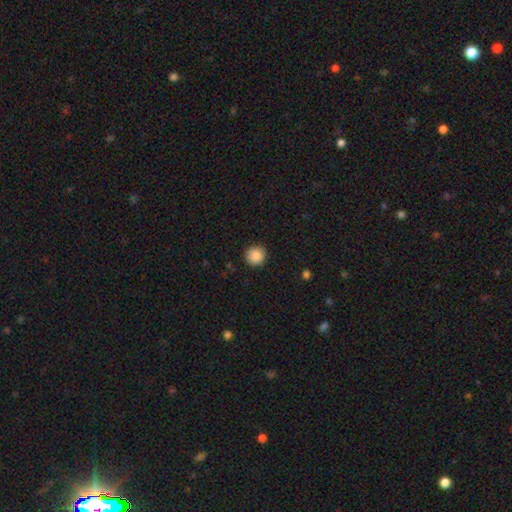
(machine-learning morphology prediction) A smooth galaxy with no disk features (88%) that is round (94%). Merging: none (91%).